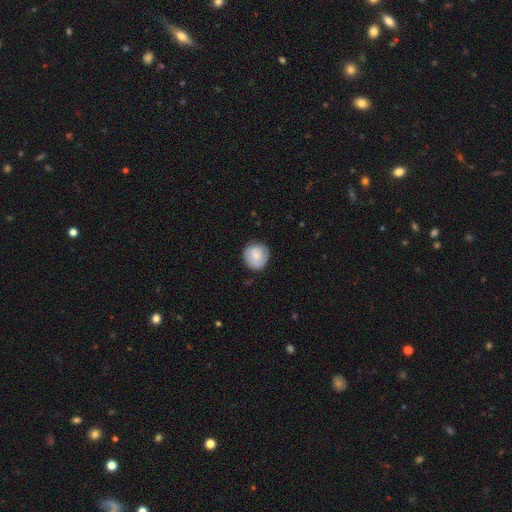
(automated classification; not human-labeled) smooth 69%, featured or disk 24%, star or artifact 7%. Down the decision tree: how rounded — round (91%); merging — none (82%).